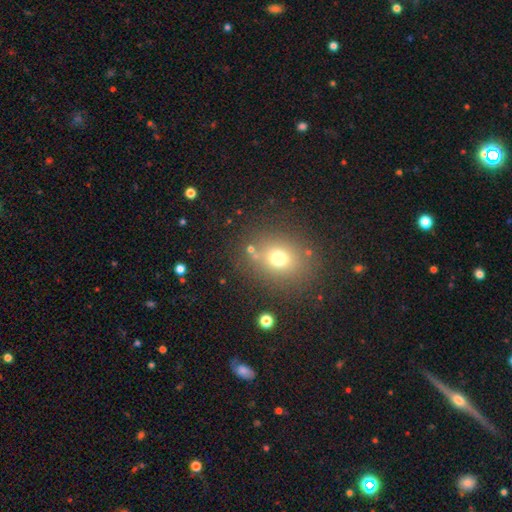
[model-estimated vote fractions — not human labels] A smooth galaxy with no disk features (67%) that is round (65%).

Vote fractions:
- Smooth or featured? smooth: 67% / star or artifact: 21% / featured or disk: 12%
- How rounded? round: 65% / in between: 34% / cigar-shaped: 1%
- Merging? none: 80% / minor disturbance: 10% / merger: 6% / major disturbance: 4%